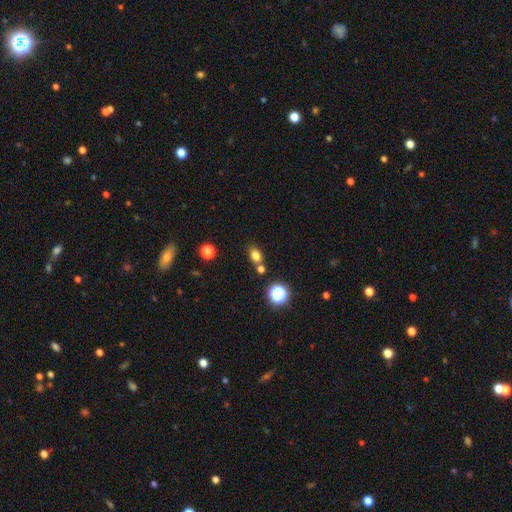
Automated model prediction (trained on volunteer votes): A smooth galaxy with no disk features (77%) that is in between round and cigar-shaped (66%).

Vote fractions:
- Smooth or featured? smooth: 77% / star or artifact: 15% / featured or disk: 8%
- How rounded? in between: 66% / round: 33% / cigar-shaped: 2%
- Merging? none: 70% / merger: 16% / minor disturbance: 11% / major disturbance: 3%